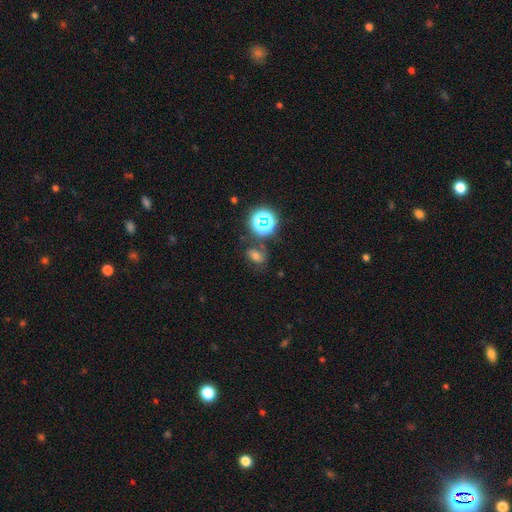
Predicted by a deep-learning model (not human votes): Smooth or featured: smooth — 51% (star or artifact — 30%)
How rounded: in between — 65% (round — 33%)
Merging: none — 66% (minor disturbance — 18%)